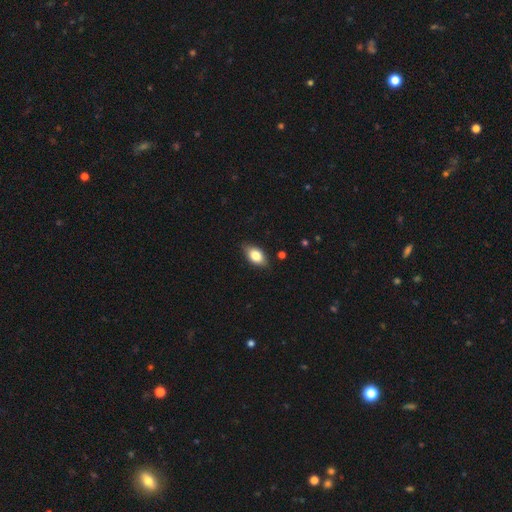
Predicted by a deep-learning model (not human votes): This is likely a smooth galaxy (79%). How rounded: clearly in between (89%). Merging: clearly none (82%).